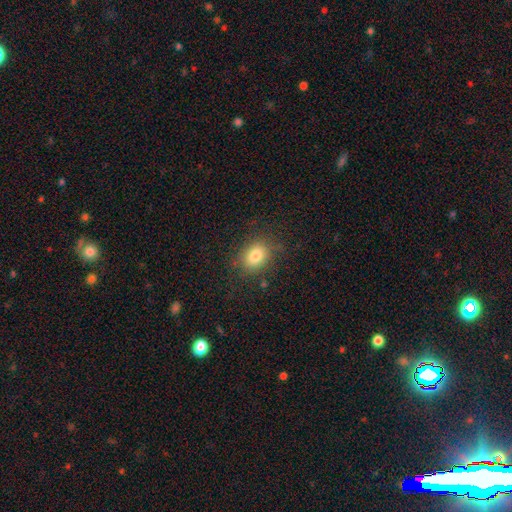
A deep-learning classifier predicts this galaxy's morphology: Smooth or featured? smooth (81%)
How rounded? in between (63%)
Merging? none (81%)